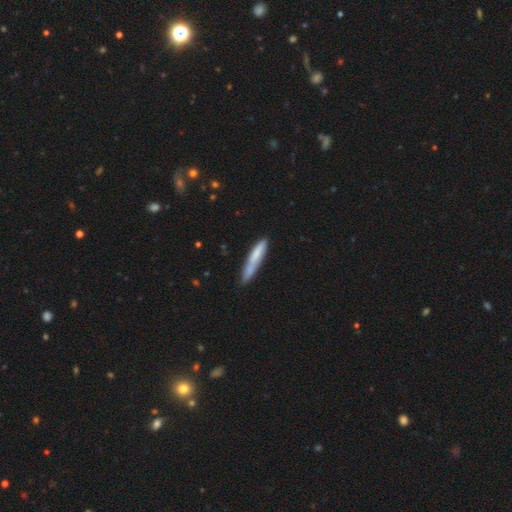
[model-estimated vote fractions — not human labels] smooth_or_featured: smooth (p=0.71) [alt: featured or disk p=0.23]
how_rounded: cigar-shaped (p=0.92) [alt: in between p=0.07]
merging: none (p=0.69) [alt: minor disturbance p=0.21]